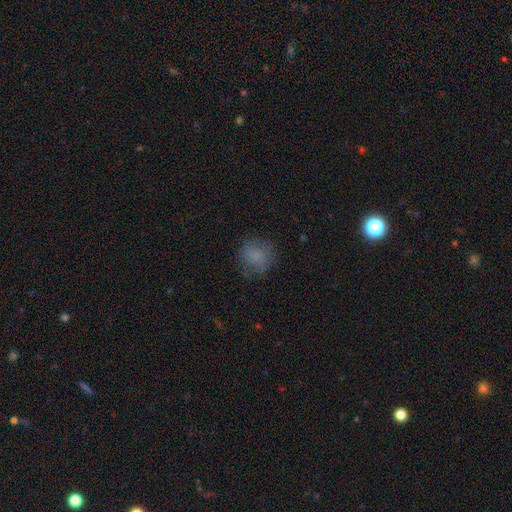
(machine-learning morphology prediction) The model was most divided on "merging": none: 74%, minor disturbance: 17%, major disturbance: 8%, merger: 1%. More confident: how rounded — round (82%); smooth or featured — smooth (78%).